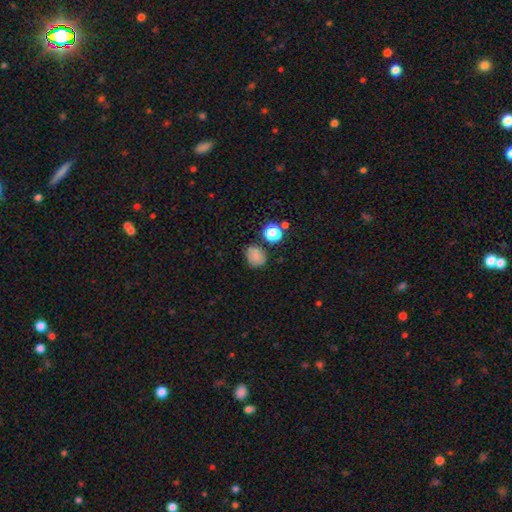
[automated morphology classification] Smooth or featured? Predicted: smooth (p=0.77). How rounded? Predicted: round (p=0.61). Merging? Predicted: none (p=0.76).